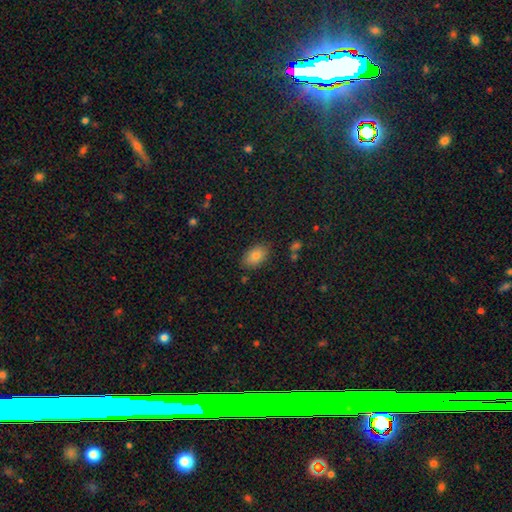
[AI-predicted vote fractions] Q: Smooth or featured?
A: smooth (79%); runner-up: featured or disk (12%)
Q: How rounded?
A: in between (88%); runner-up: round (10%)
Q: Merging?
A: none (83%); runner-up: minor disturbance (12%)